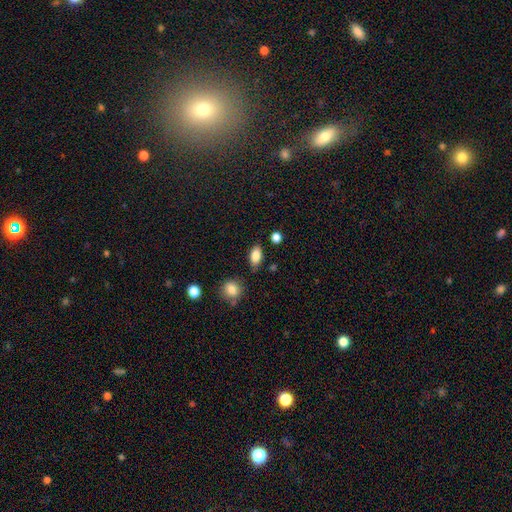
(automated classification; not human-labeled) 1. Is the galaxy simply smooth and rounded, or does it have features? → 84% smooth, 8% star or artifact, 8% featured or disk.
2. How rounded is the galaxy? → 88% in between, 8% round, 4% cigar-shaped.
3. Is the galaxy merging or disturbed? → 80% none, 14% minor disturbance, 3% merger, 3% major disturbance.